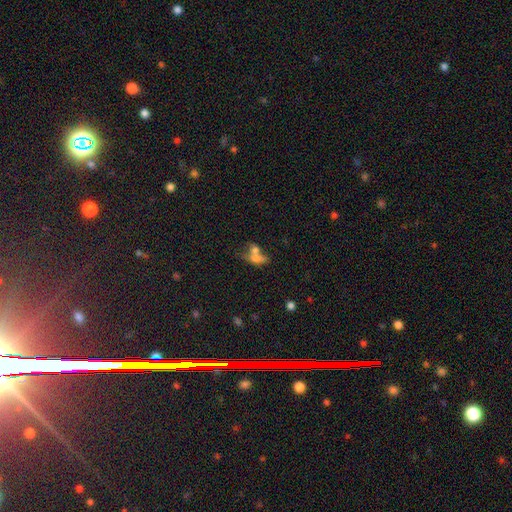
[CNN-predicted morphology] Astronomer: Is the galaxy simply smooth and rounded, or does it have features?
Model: smooth — 59%.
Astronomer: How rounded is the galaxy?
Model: in between — 65%.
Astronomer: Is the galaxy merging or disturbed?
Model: merger — 57%.